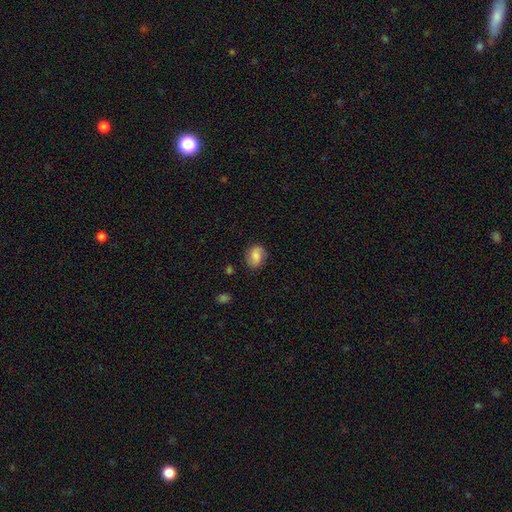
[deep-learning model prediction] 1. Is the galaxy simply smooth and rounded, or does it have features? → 72% smooth, 19% featured or disk, 9% star or artifact.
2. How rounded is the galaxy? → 56% in between, 42% round, 1% cigar-shaped.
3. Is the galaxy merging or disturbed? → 77% none, 17% minor disturbance, 5% major disturbance, 2% merger.